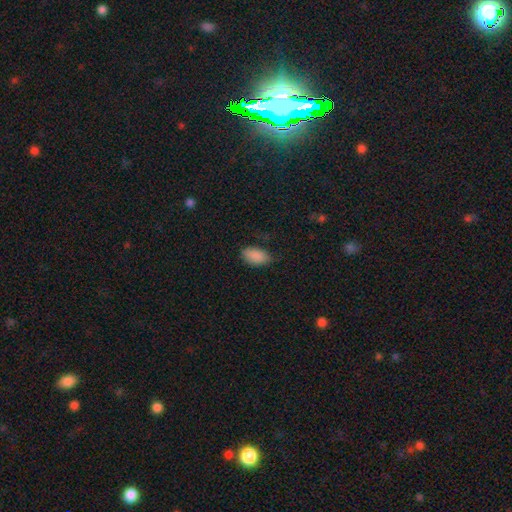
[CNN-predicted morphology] Overall: smooth (88%). How rounded: in between (93%). Merging: none (73%).